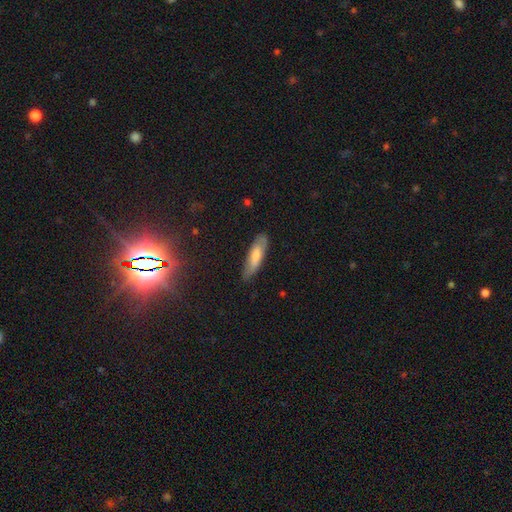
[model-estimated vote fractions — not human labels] Smooth or featured?
  - smooth: 71% *
  - featured or disk: 23%
  - star or artifact: 6%
How rounded?
  - cigar-shaped: 59% *
  - in between: 40%
  - round: 2%
Merging?
  - none: 77% *
  - minor disturbance: 18%
  - major disturbance: 3%
  - merger: 1%